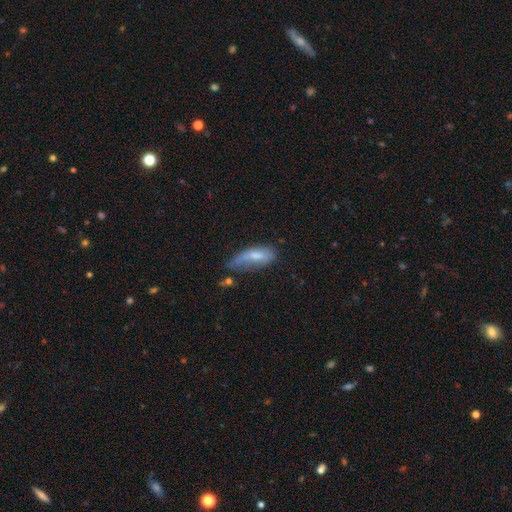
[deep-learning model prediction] A smooth galaxy with no disk features (62%) that is in between round and cigar-shaped (70%).

Vote fractions:
- Smooth or featured? smooth: 62% / featured or disk: 30% / star or artifact: 8%
- How rounded? in between: 70% / cigar-shaped: 27% / round: 3%
- Merging? minor disturbance: 35% / none: 30% / major disturbance: 26% / merger: 9%